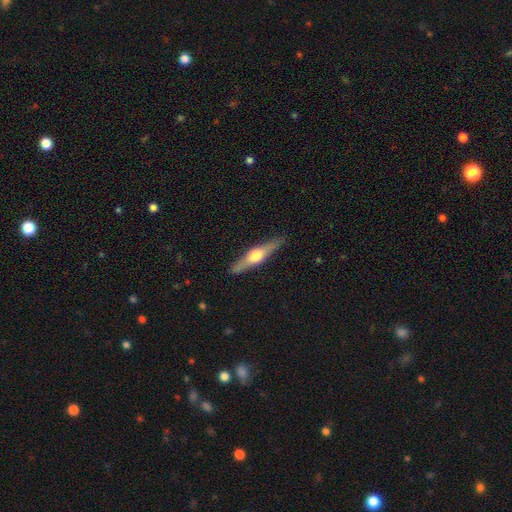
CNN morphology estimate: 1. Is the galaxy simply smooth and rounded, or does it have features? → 69% featured or disk, 25% smooth, 5% star or artifact.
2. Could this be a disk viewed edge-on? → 97% yes, 3% no.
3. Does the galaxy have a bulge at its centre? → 95% rounded, 4% boxy, 2% none.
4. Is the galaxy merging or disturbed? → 89% none, 8% minor disturbance, 2% major disturbance, 1% merger.